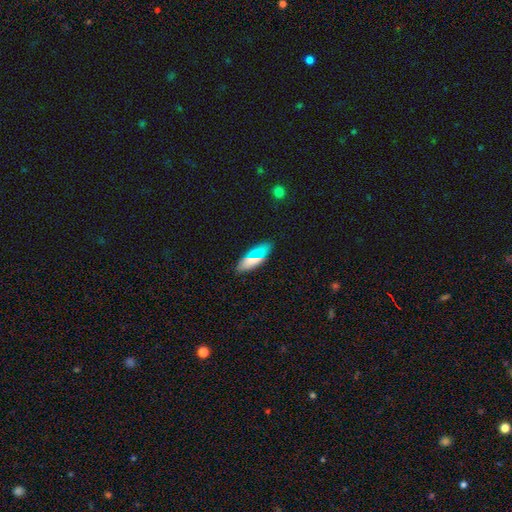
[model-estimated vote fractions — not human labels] Smooth or featured: smooth — 73% (featured or disk — 16%)
How rounded: in between — 66% (cigar-shaped — 31%)
Merging: none — 85% (minor disturbance — 11%)